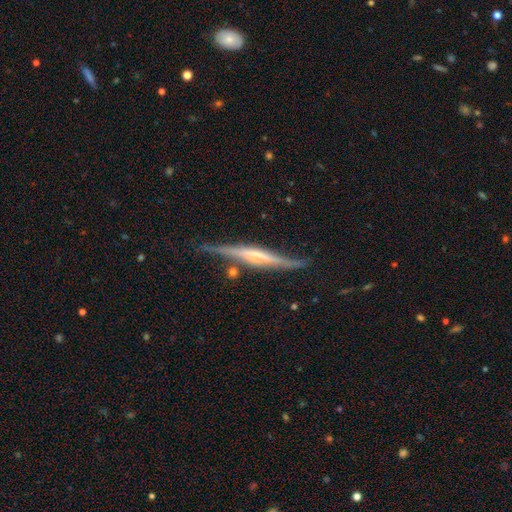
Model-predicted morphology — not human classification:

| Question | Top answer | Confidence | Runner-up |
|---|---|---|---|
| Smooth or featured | featured or disk | 75% | smooth (19%) |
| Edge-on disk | yes | 96% | no (4%) |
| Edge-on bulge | rounded | 38% | boxy (32%) |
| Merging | none | 72% | minor disturbance (19%) |